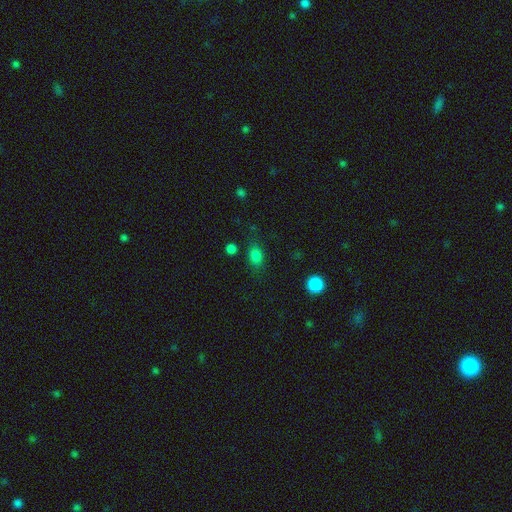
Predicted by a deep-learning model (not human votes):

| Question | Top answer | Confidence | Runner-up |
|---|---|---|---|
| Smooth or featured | smooth | 81% | star or artifact (12%) |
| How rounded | in between | 70% | round (27%) |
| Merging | none | 75% | minor disturbance (16%) |